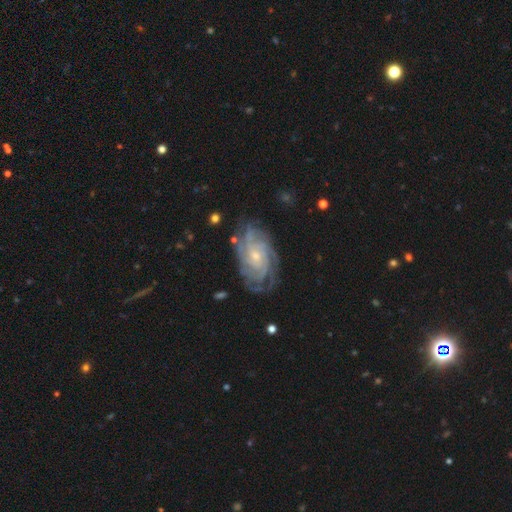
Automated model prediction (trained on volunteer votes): A featured or disk galaxy (87%) with no bar (72%), tight (72%) spiral arms (97%) and a small central bulge (67%).

Vote fractions:
- Smooth or featured? featured or disk: 87% / smooth: 7% / star or artifact: 5%
- Edge-on disk? no: 96% / yes: 4%
- Bar? no: 72% / weak: 23% / strong: 5%
- Spiral arms? yes: 97% / no: 3%
- Spiral winding? tight: 72% / medium: 23% / loose: 4%
- Spiral arm count? can't tell: 28% / 4: 26% / more than 4: 15% / 3: 15% / 2: 10% / 1: 6%
- Bulge size? small: 67% / moderate: 29% / none: 2% / large: 2% / dominant: 1%
- Merging? none: 75% / minor disturbance: 17% / major disturbance: 6% / merger: 2%